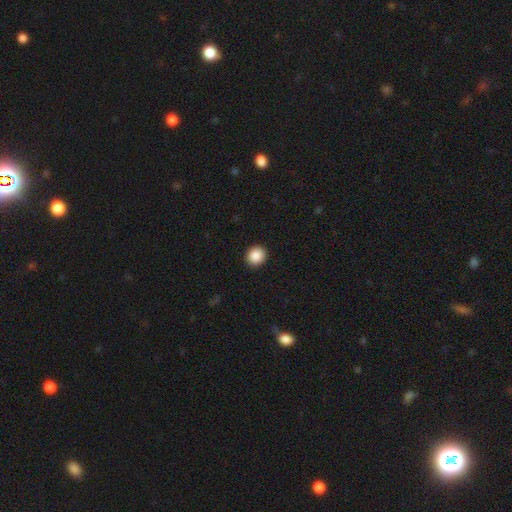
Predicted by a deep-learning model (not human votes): Smooth or featured: smooth — 89% (star or artifact — 9%)
How rounded: round — 87% (in between — 12%)
Merging: none — 92% (minor disturbance — 5%)